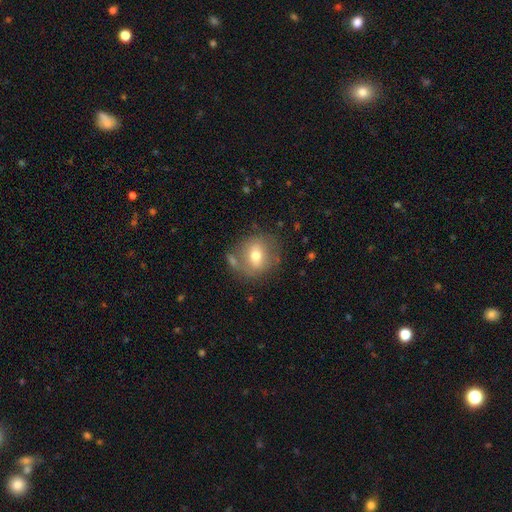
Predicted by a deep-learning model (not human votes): Morphology: type=smooth (61%); roundness=round (74%); merging=none (66%).